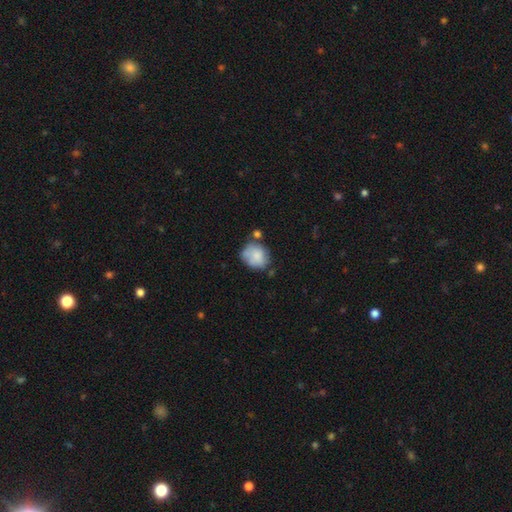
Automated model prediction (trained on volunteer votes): smooth_or_featured: smooth (p=0.74) [alt: featured or disk p=0.19]
how_rounded: round (p=0.66) [alt: in between p=0.33]
merging: none (p=0.50) [alt: minor disturbance p=0.26]